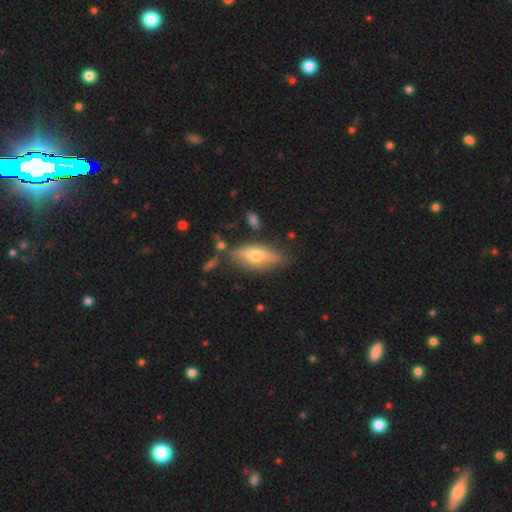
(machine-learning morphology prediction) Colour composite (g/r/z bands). It shows a featured or disk galaxy (47%). Merging: none (72%).